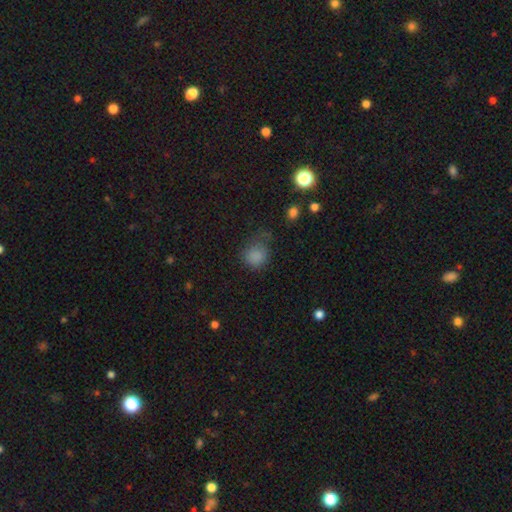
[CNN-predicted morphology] smooth_or_featured: smooth (p=0.81) [alt: star or artifact p=0.13]
how_rounded: round (p=0.75) [alt: in between p=0.24]
merging: none (p=0.53) [alt: minor disturbance p=0.28]